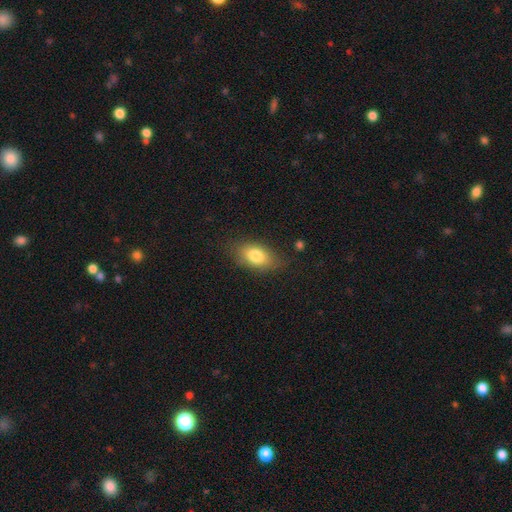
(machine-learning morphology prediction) The model was most divided on "merging": none: 77%, minor disturbance: 16%, major disturbance: 5%, merger: 2%. More confident: how rounded — in between (87%); smooth or featured — smooth (80%).